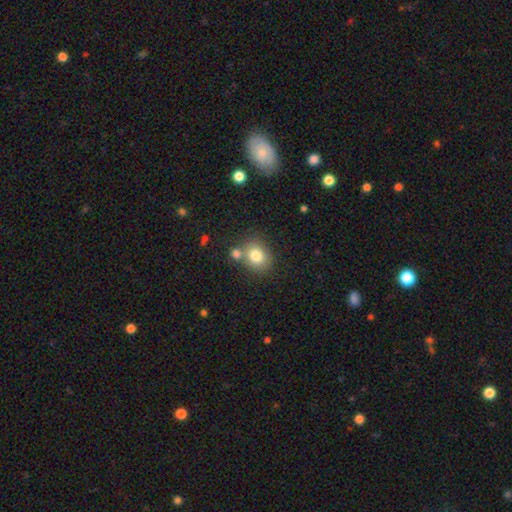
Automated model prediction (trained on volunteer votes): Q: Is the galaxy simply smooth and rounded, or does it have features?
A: smooth — 79%.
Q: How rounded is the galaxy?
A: round — 64%.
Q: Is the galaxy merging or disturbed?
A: none — 62%.